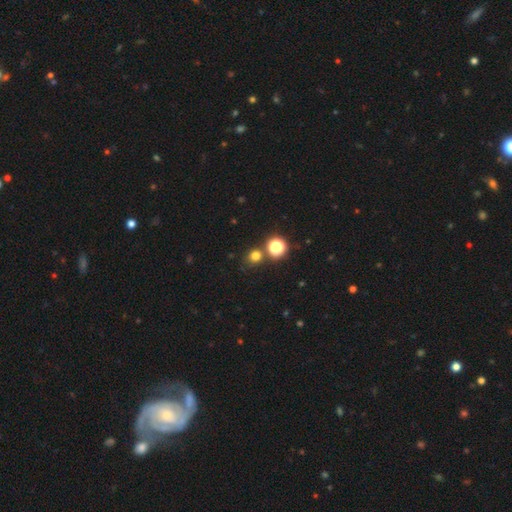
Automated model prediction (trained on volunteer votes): smooth-or-featured: smooth: 72% | star or artifact: 22% | featured or disk: 6%
  how-rounded: round: 86% | in between: 14% | cigar-shaped: 1%
  merging: none: 74% | merger: 14% | minor disturbance: 9% | major disturbance: 4%